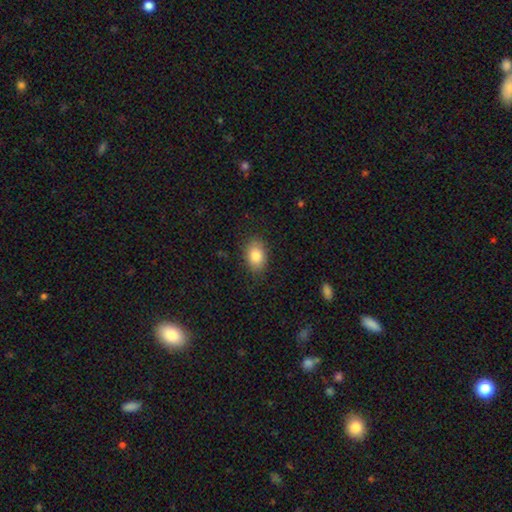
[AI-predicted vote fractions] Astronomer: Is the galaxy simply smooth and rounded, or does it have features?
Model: smooth — 84%.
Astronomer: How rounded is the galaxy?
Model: in between — 83%.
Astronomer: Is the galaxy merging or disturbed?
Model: none — 85%.